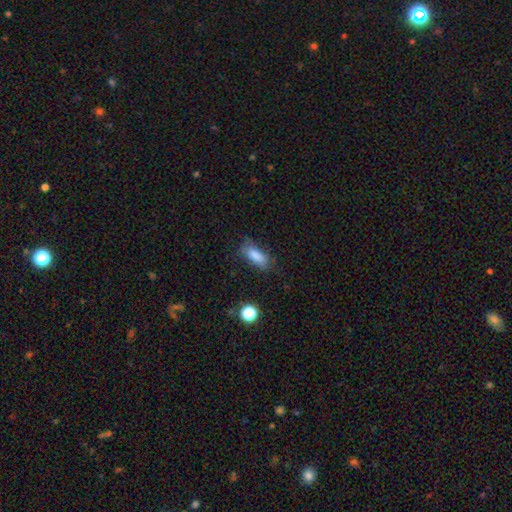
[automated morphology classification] Smooth or featured: smooth — 83% (star or artifact — 9%)
How rounded: in between — 75% (cigar-shaped — 22%)
Merging: none — 69% (minor disturbance — 21%)